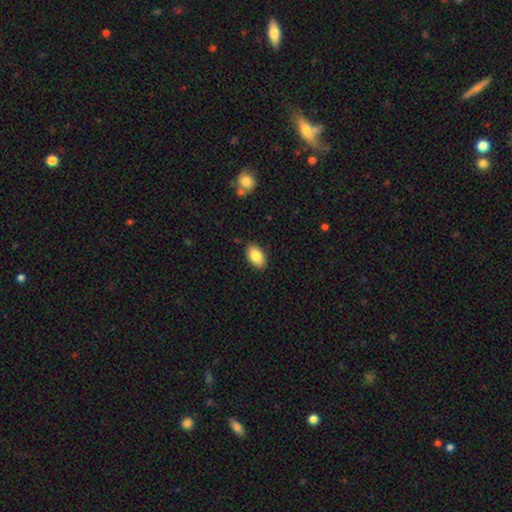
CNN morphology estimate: Overall: smooth (85%). How rounded: in between (92%). Merging: none (86%).